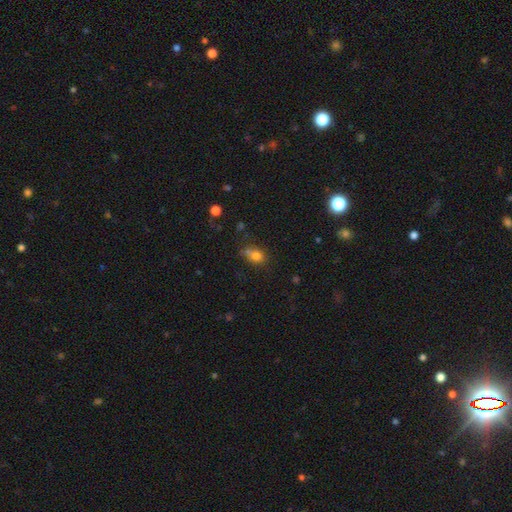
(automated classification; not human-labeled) This is likely a smooth galaxy (76%). How rounded: likely round (60%). Merging: possibly none (50%).